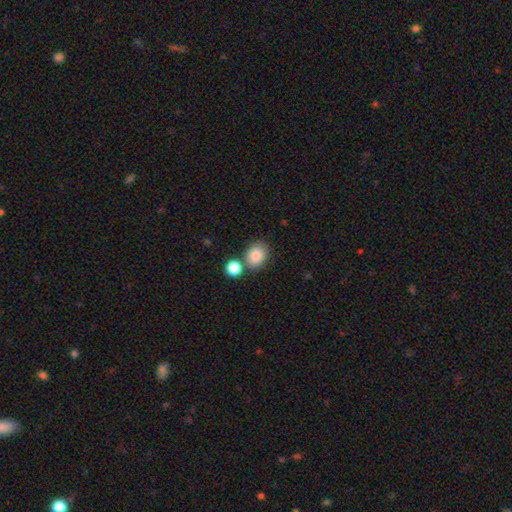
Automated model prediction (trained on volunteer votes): Overall: smooth (86%). How rounded: in between (55%; round 44%). Merging: none (68%).